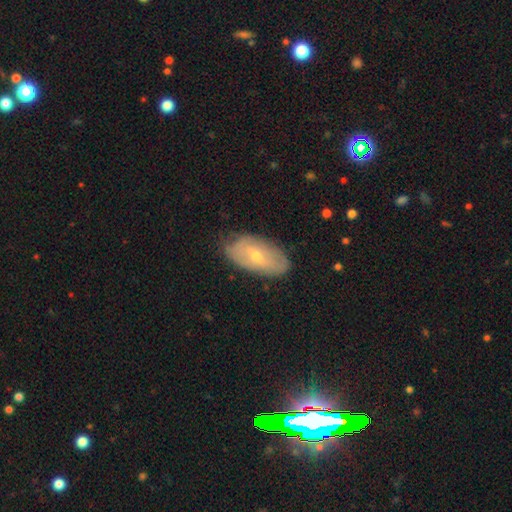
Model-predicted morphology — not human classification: Smooth or featured: featured or disk — 49% (smooth — 44%)
Merging: none — 75% (minor disturbance — 20%)